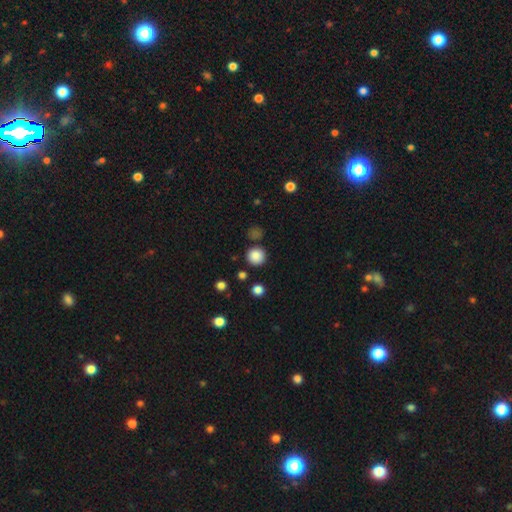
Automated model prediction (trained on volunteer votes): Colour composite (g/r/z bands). It shows a smooth galaxy with no disk features (86%) that is round (92%). Merging: none (85%).